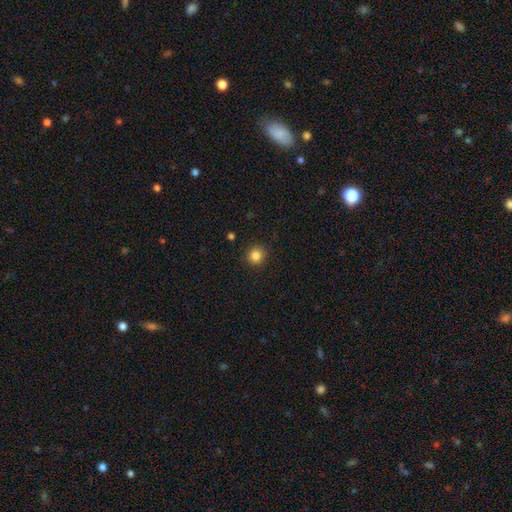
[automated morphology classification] Smooth or featured? smooth (84%)
How rounded? round (92%)
Merging? none (91%)